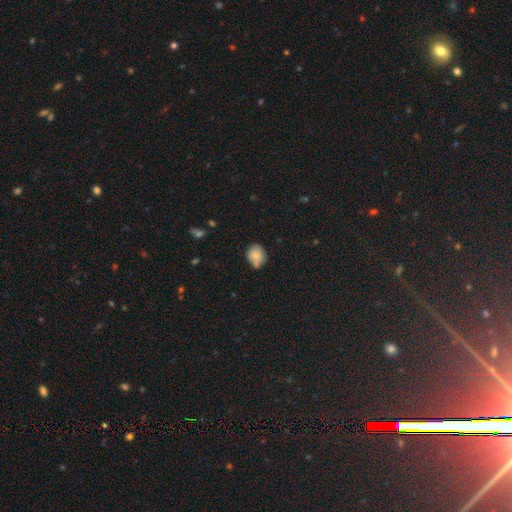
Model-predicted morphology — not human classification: This is clearly a smooth galaxy (81%). How rounded: likely round (60%). Merging: possibly none (56%).